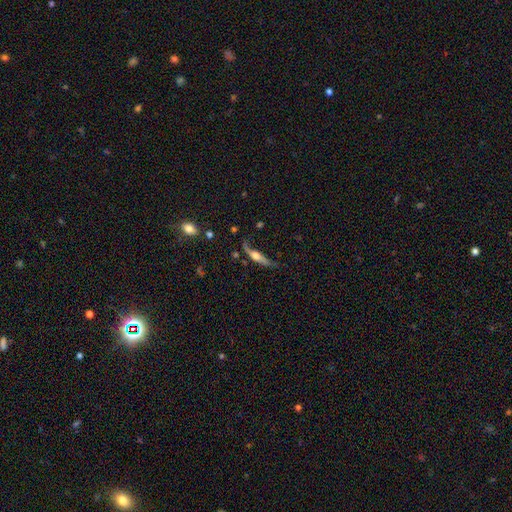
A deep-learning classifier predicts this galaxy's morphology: smooth-or-featured: featured or disk: 61% | smooth: 32% | star or artifact: 7%
  disk-edge-on: yes: 80% | no: 20%
  merging: none: 47% | minor disturbance: 26% | major disturbance: 21% | merger: 6%